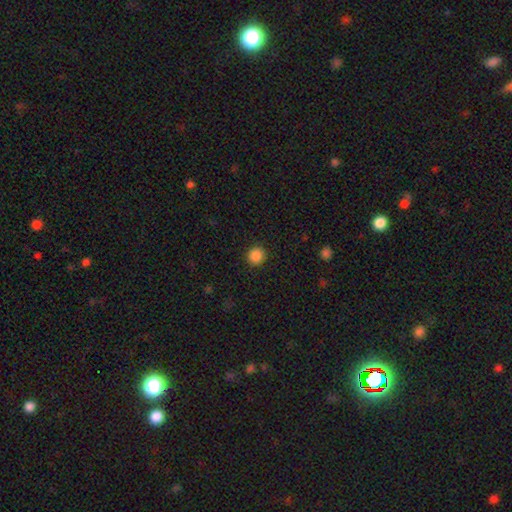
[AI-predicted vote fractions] Overall: smooth (87%). How rounded: round (92%). Merging: none (92%).